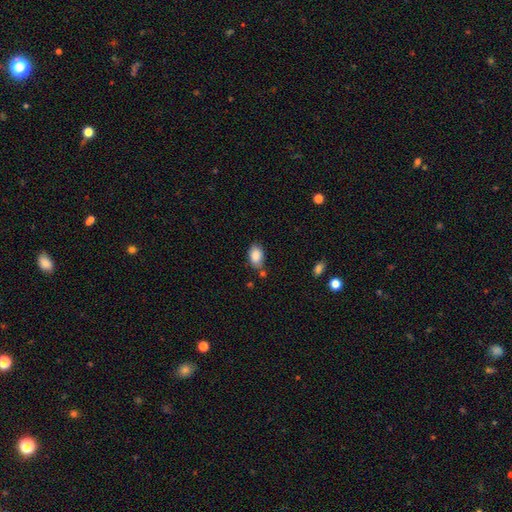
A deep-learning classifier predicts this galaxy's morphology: This appears to be a smooth galaxy with no disk features (88%) that is in between round and cigar-shaped (91%). Merging: none (70%).